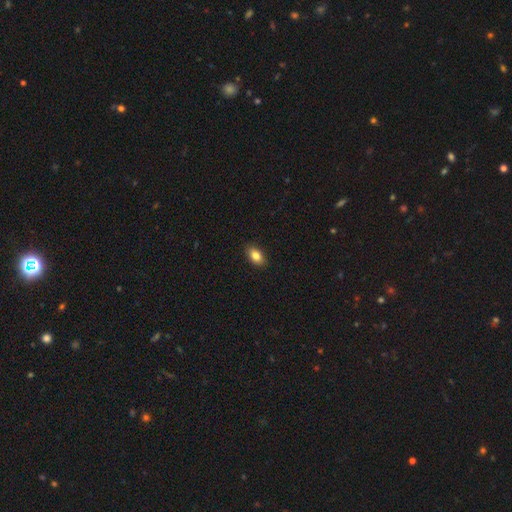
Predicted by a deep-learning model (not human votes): A smooth galaxy with no disk features (84%) that is in between round and cigar-shaped (89%). Merging: none (89%).